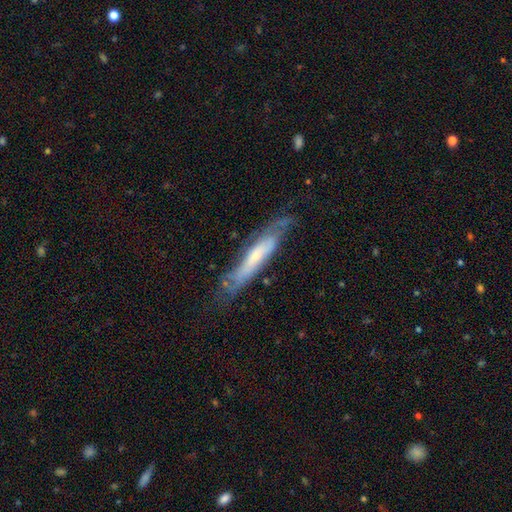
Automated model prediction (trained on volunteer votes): This appears to be a featured or disk galaxy (61%) viewed edge-on (57%). Merging: none (62%).